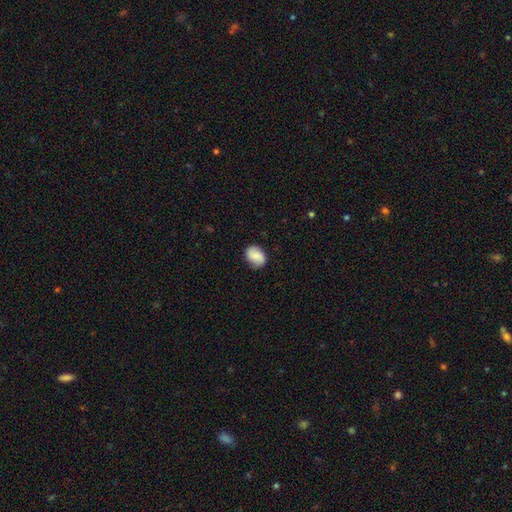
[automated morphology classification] type=smooth (79%); roundness=in between (70%); merging=none (81%).